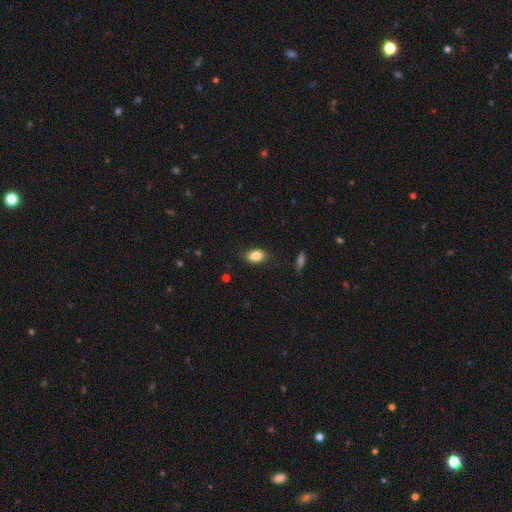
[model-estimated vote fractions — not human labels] Smooth or featured: smooth — 84% (star or artifact — 8%)
How rounded: in between — 84% (round — 13%)
Merging: none — 82% (minor disturbance — 14%)